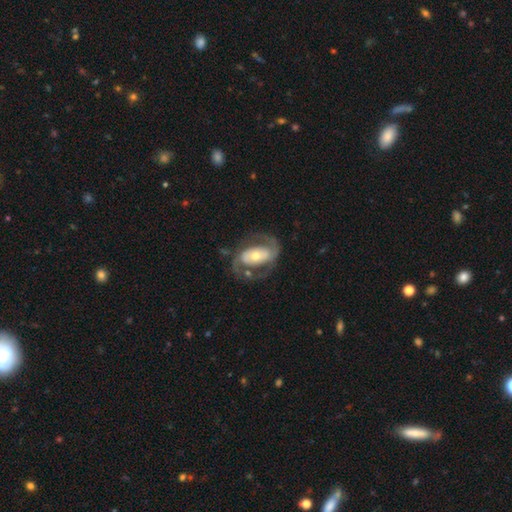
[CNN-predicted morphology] Smooth or featured?
  - featured or disk: 83% *
  - smooth: 12%
  - star or artifact: 5%
Edge-on disk?
  - no: 97% *
  - yes: 3%
Bar?
  - no: 37% *
  - strong: 32%
  - weak: 30%
Spiral arms?
  - yes: 89% *
  - no: 11%
Spiral winding?
  - medium: 52% *
  - loose: 25%
  - tight: 23%
Spiral arm count?
  - 2: 90% *
  - can't tell: 4%
  - 1: 3%
  - 3: 1%
  - 4: 1%
  - more than 4: 1%
Bulge size?
  - moderate: 57% *
  - small: 31%
  - large: 10%
  - dominant: 2%
  - none: 1%
Merging?
  - none: 68% *
  - minor disturbance: 15%
  - major disturbance: 14%
  - merger: 3%